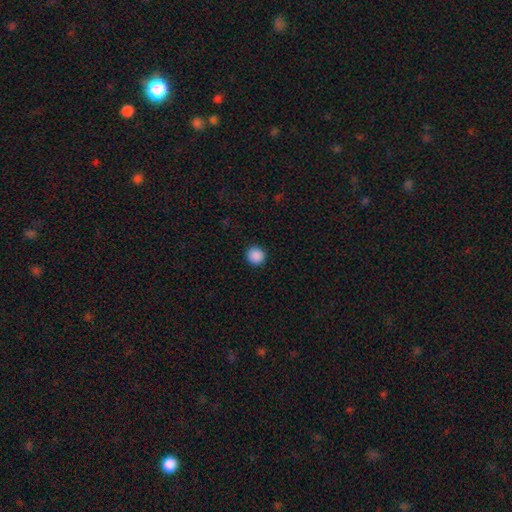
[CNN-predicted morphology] type=smooth (89%); roundness=round (94%); merging=none (92%).